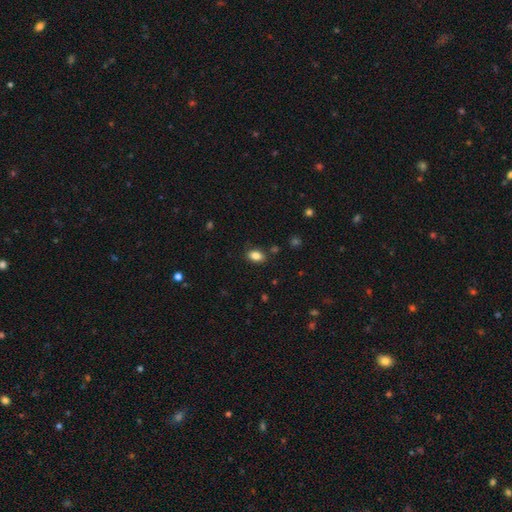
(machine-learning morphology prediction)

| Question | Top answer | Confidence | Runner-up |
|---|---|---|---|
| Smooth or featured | smooth | 84% | star or artifact (10%) |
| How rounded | in between | 85% | round (14%) |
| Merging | none | 85% | minor disturbance (10%) |